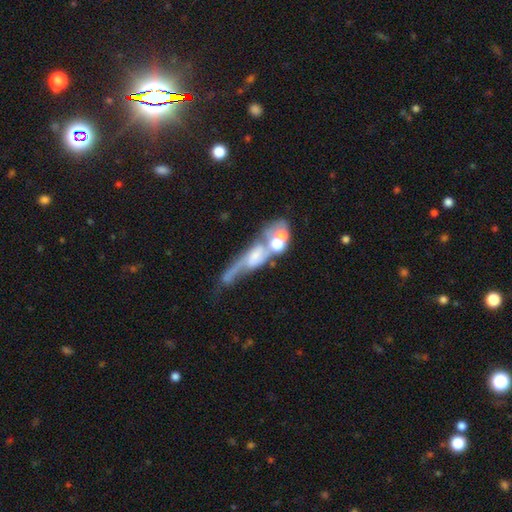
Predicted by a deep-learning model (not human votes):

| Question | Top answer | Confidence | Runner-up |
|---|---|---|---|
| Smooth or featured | featured or disk | 61% | smooth (25%) |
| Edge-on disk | no | 68% | yes (32%) |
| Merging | merger | 34% | major disturbance (26%) |